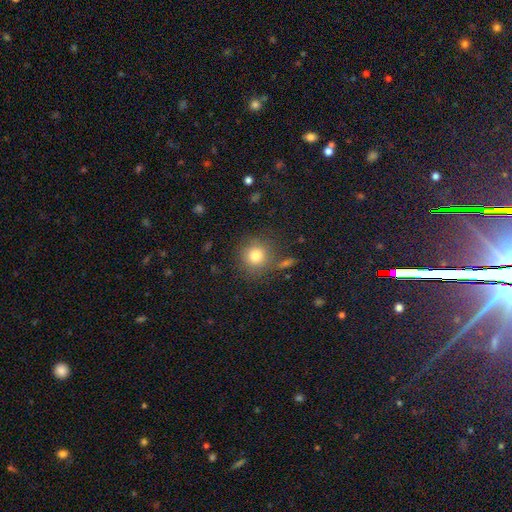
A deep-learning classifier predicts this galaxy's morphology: This appears to be a smooth galaxy with no disk features (80%) that is round (90%). Merging: none (80%).